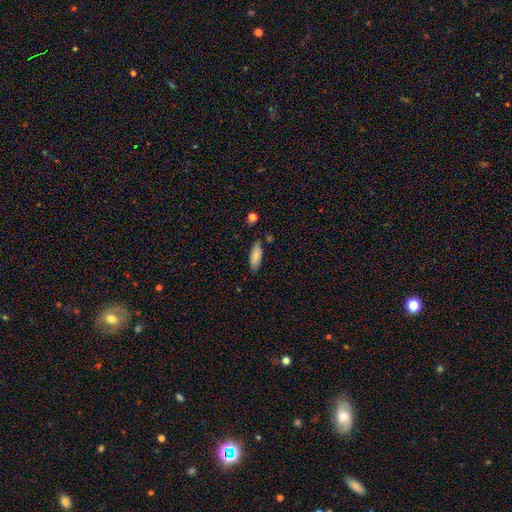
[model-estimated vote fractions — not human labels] Smooth or featured? smooth (86%)
How rounded? in between (70%)
Merging? none (77%)